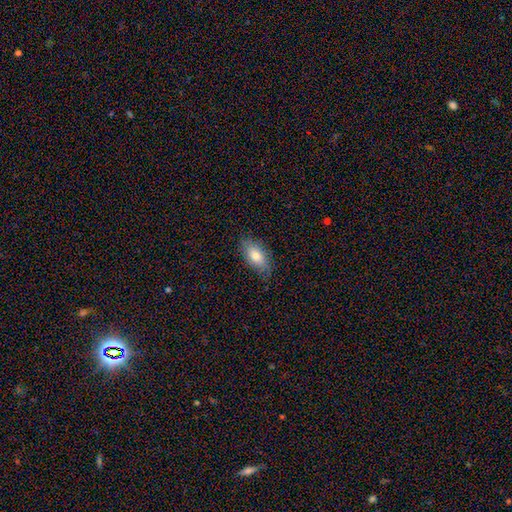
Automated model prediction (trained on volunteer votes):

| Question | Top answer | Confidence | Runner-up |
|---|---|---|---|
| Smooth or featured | smooth | 75% | featured or disk (17%) |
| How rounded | in between | 89% | cigar-shaped (8%) |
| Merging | none | 76% | minor disturbance (19%) |